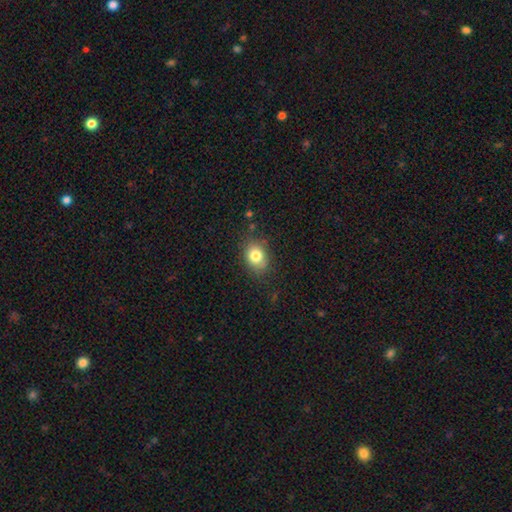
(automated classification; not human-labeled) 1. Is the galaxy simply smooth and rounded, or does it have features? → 81% smooth, 10% star or artifact, 9% featured or disk.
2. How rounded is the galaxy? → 56% in between, 43% round, 1% cigar-shaped.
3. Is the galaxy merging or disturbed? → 79% none, 15% minor disturbance, 4% major disturbance, 2% merger.